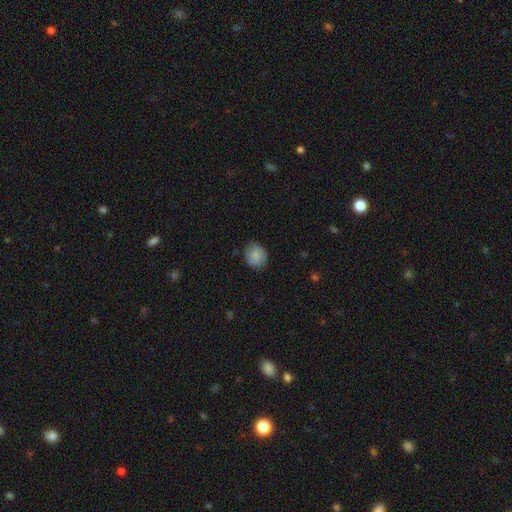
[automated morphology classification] smooth_or_featured: smooth (p=0.85) [alt: star or artifact p=0.08]
how_rounded: round (p=0.65) [alt: in between p=0.34]
merging: none (p=0.78) [alt: minor disturbance p=0.18]